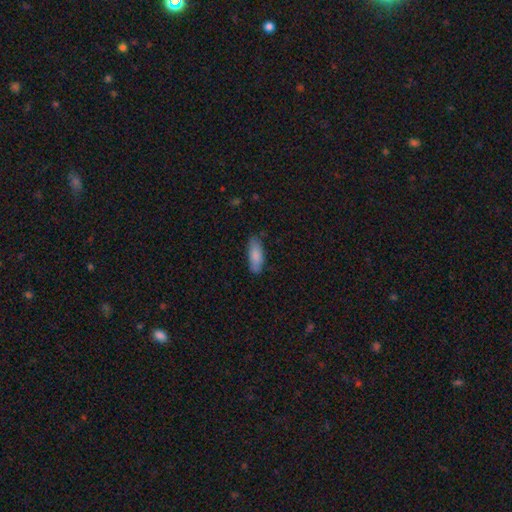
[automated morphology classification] Overall: smooth (85%). How rounded: in between (69%). Merging: none (77%).